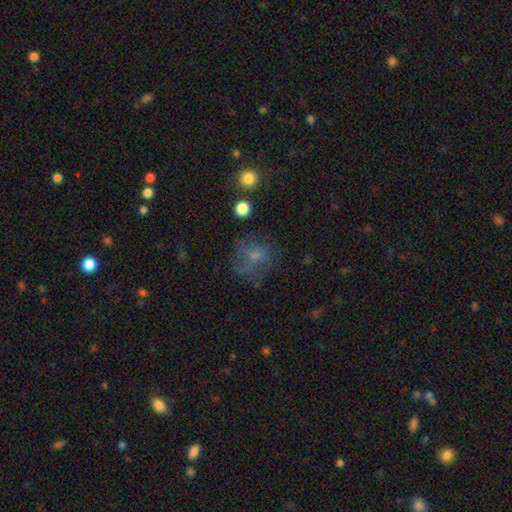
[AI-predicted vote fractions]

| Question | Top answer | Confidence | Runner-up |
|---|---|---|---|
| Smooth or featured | smooth | 56% | featured or disk (27%) |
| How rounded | round | 69% | in between (30%) |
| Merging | none | 48% | major disturbance (25%) |